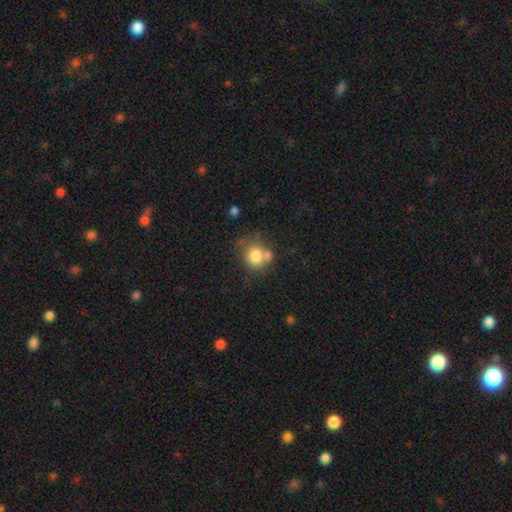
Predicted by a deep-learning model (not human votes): Morphology: type=smooth (77%); roundness=round (78%); merging=none (46%).